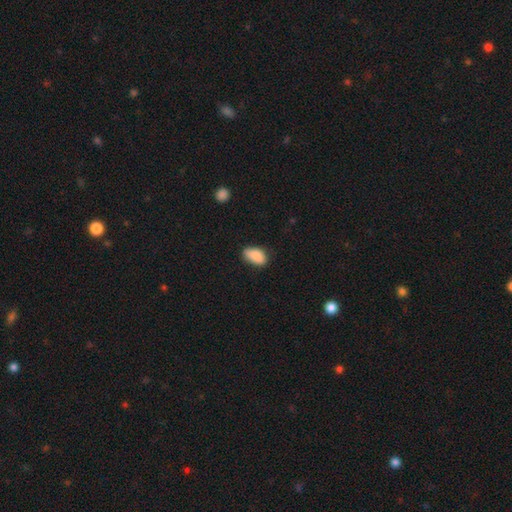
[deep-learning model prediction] Smooth or featured? smooth (88%)
How rounded? in between (92%)
Merging? none (69%)